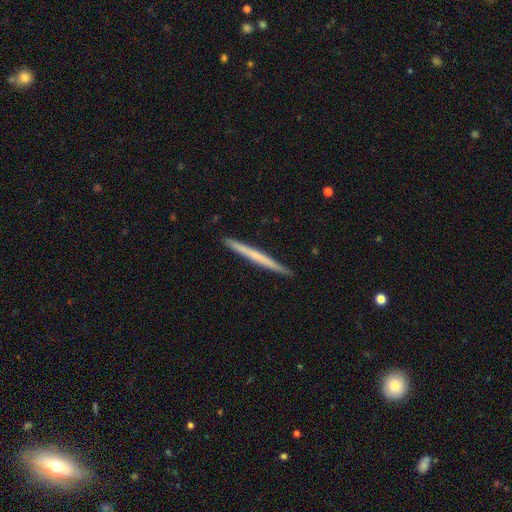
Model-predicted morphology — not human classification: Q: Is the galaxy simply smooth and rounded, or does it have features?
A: smooth — 48%.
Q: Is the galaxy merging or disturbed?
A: none — 93%.